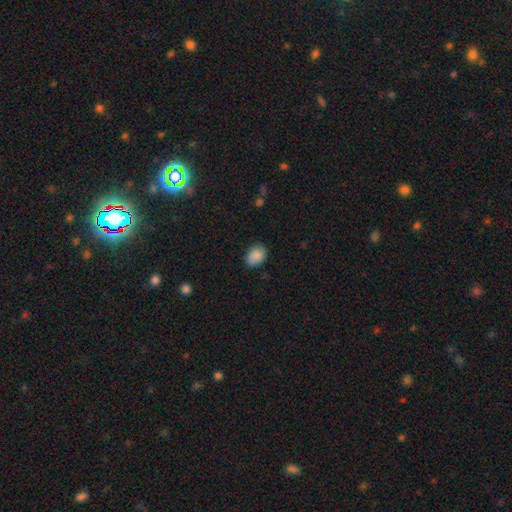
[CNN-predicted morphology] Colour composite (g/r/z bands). It shows a smooth galaxy with no disk features (88%) that is in between round and cigar-shaped (67%). Merging: none (81%).